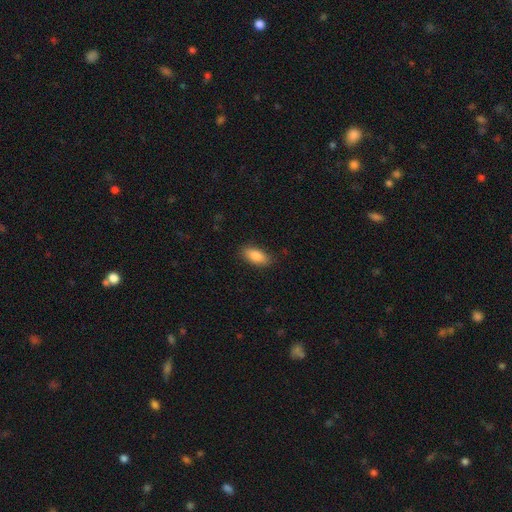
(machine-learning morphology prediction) Q: Smooth or featured?
A: smooth (86%); runner-up: featured or disk (7%)
Q: How rounded?
A: in between (89%); runner-up: cigar-shaped (9%)
Q: Merging?
A: none (85%); runner-up: minor disturbance (11%)